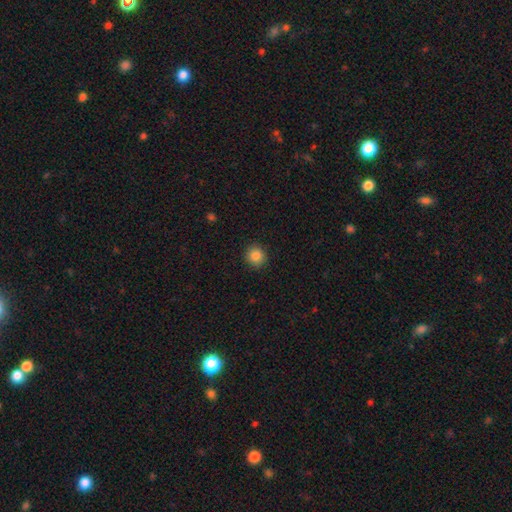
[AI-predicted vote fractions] A smooth galaxy with no disk features (86%) that is round (89%). Merging: none (91%).